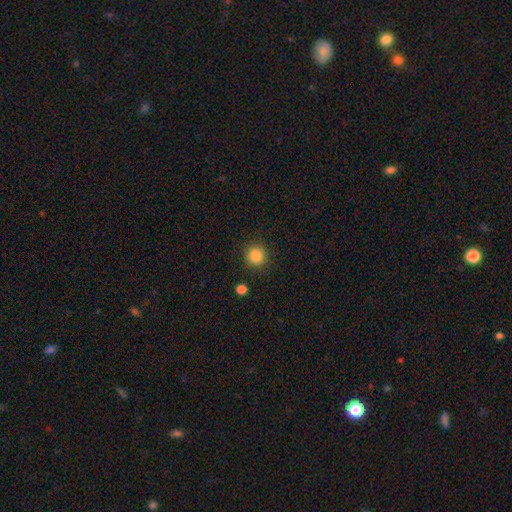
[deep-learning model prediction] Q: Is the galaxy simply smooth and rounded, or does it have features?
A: smooth — 86%.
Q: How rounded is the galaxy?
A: round — 93%.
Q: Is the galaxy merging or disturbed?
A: none — 89%.